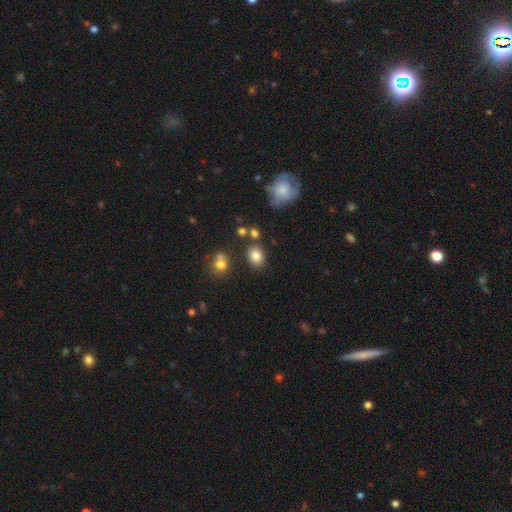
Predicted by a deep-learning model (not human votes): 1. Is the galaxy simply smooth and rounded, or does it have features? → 82% smooth, 11% star or artifact, 7% featured or disk.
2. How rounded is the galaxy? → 57% in between, 42% round, 1% cigar-shaped.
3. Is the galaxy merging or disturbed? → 78% none, 11% minor disturbance, 7% merger, 4% major disturbance.